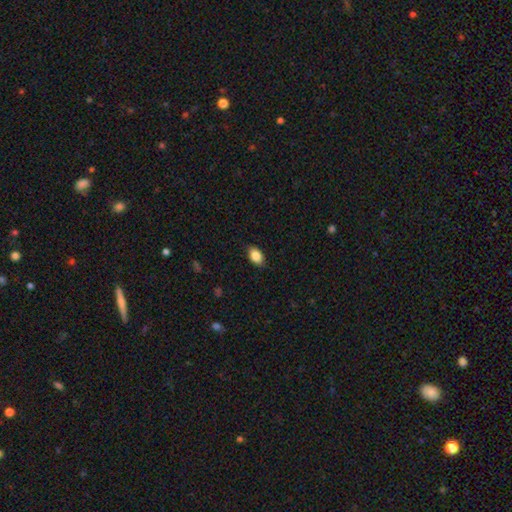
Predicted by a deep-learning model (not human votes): smooth-or-featured: smooth: 86% | star or artifact: 8% | featured or disk: 7%
  how-rounded: in between: 89% | round: 9% | cigar-shaped: 2%
  merging: none: 86% | minor disturbance: 11% | major disturbance: 2% | merger: 1%